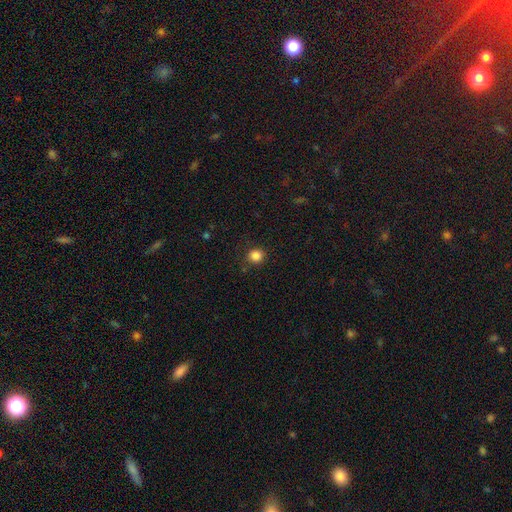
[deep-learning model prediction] Smooth or featured?
  - smooth: 85% *
  - star or artifact: 12%
  - featured or disk: 4%
How rounded?
  - round: 85% *
  - in between: 14%
  - cigar-shaped: 1%
Merging?
  - none: 87% *
  - minor disturbance: 9%
  - major disturbance: 3%
  - merger: 1%